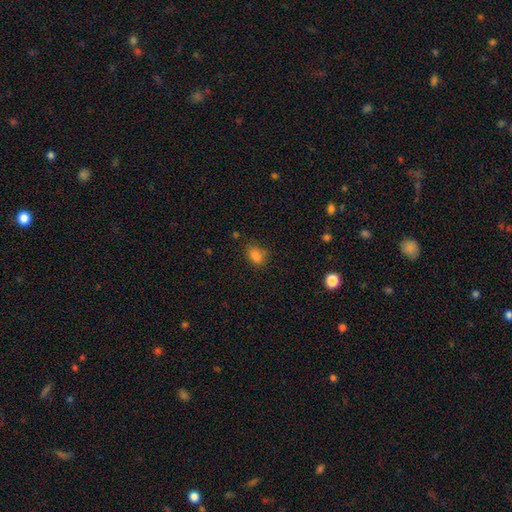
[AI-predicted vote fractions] Smooth or featured?
  - smooth: 82% *
  - star or artifact: 12%
  - featured or disk: 6%
How rounded?
  - in between: 74% *
  - round: 25%
  - cigar-shaped: 2%
Merging?
  - none: 74% *
  - minor disturbance: 19%
  - major disturbance: 5%
  - merger: 2%